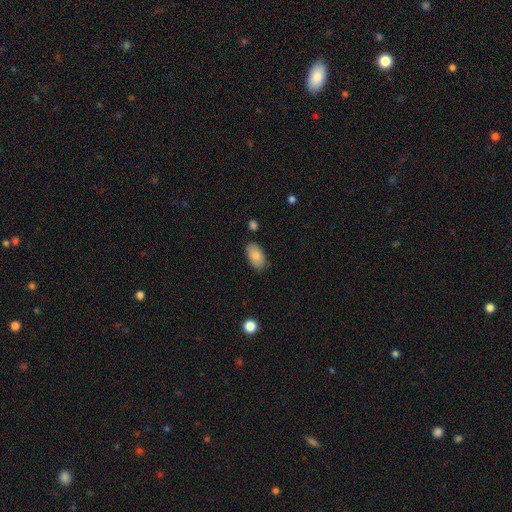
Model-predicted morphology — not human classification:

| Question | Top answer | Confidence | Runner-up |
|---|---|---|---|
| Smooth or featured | smooth | 84% | featured or disk (10%) |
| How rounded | in between | 95% | round (4%) |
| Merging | none | 83% | minor disturbance (12%) |